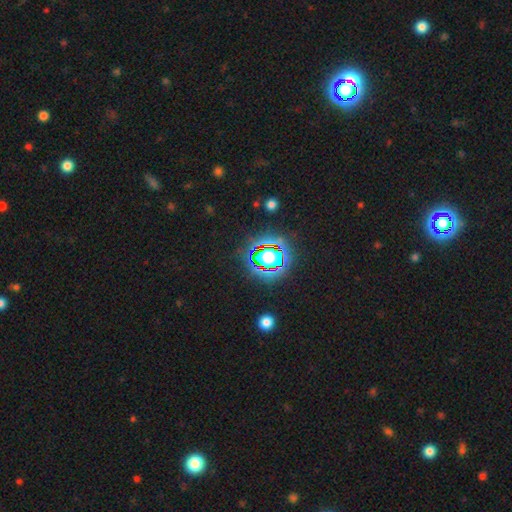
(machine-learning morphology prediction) Overall: star or artifact (84%).